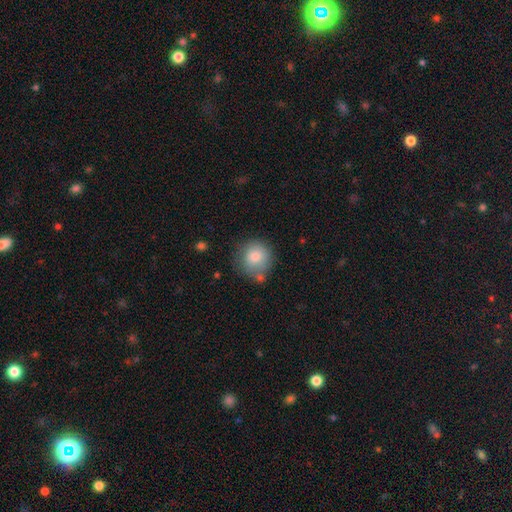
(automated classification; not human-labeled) A smooth galaxy with no disk features (80%) that is round (90%). Merging: none (67%).